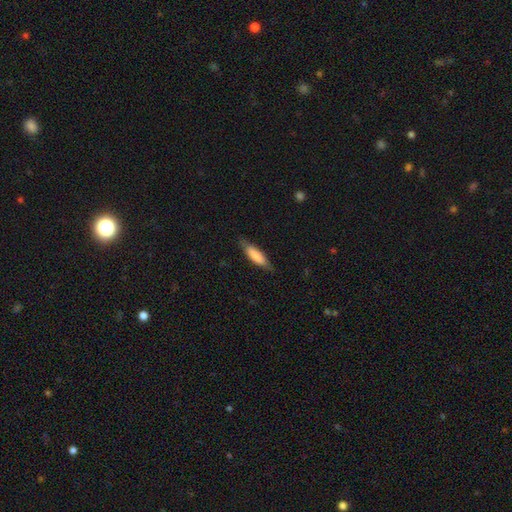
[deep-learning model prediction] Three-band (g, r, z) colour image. It shows a smooth galaxy with no disk features (80%) that is cigar-shaped (53%). Merging: none (78%).